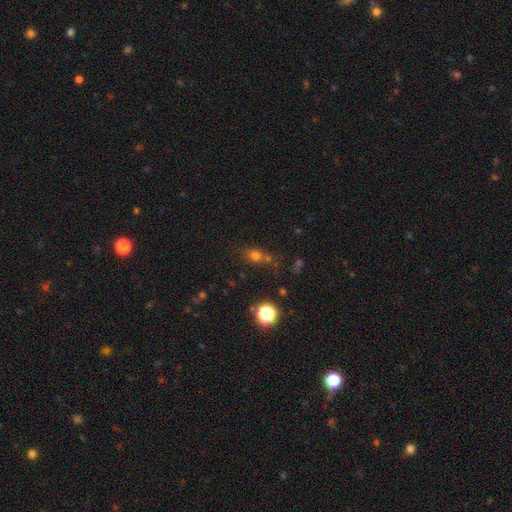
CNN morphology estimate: Q: Smooth or featured?
A: smooth (67%); runner-up: star or artifact (23%)
Q: How rounded?
A: round (56%); runner-up: in between (41%)
Q: Merging?
A: none (61%); runner-up: merger (18%)